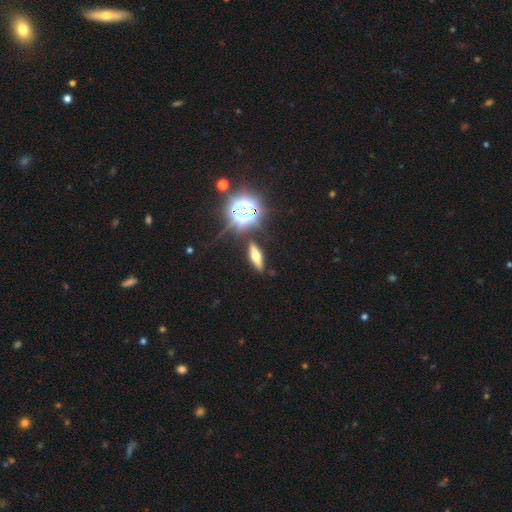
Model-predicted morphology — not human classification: Smooth or featured? Predicted: featured or disk (p=0.39). Merging? Predicted: none (p=0.85).